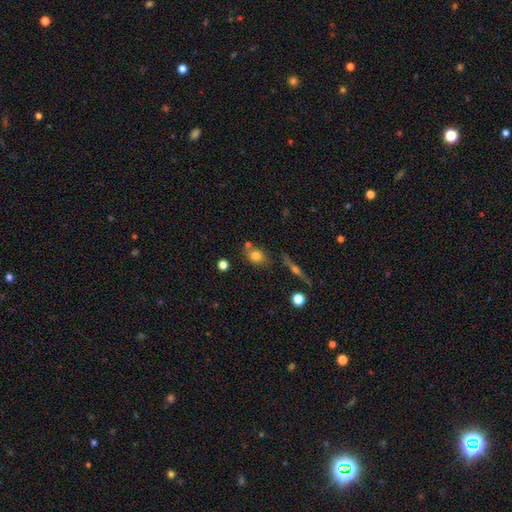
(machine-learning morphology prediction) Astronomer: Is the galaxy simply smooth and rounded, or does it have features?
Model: smooth — 74%.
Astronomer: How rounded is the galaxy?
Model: round — 55% (runner-up: in between, 42%).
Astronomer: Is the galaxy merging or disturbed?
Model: none — 63%.